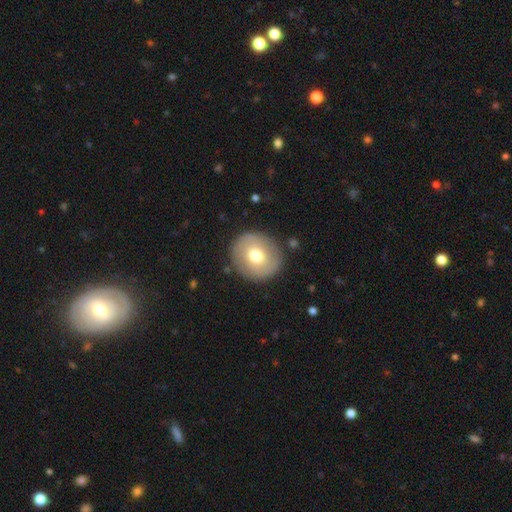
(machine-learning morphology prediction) The model was most divided on "smooth or featured": smooth: 67%, featured or disk: 25%, star or artifact: 8%. More confident: how rounded — round (88%); merging — none (87%).